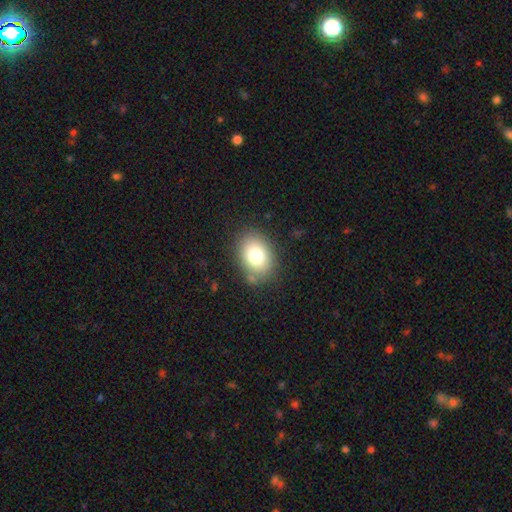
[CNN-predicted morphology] smooth_or_featured: smooth (p=0.78) [alt: featured or disk p=0.12]
how_rounded: in between (p=0.72) [alt: round p=0.27]
merging: none (p=0.80) [alt: minor disturbance p=0.13]